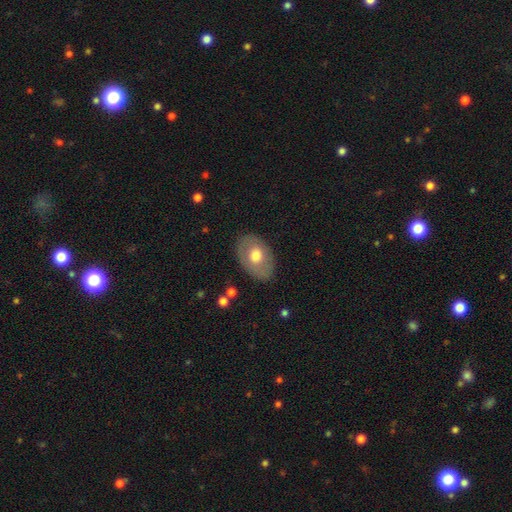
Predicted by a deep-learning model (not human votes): Morphology: type=smooth (60%); roundness=in between (82%); merging=none (82%).